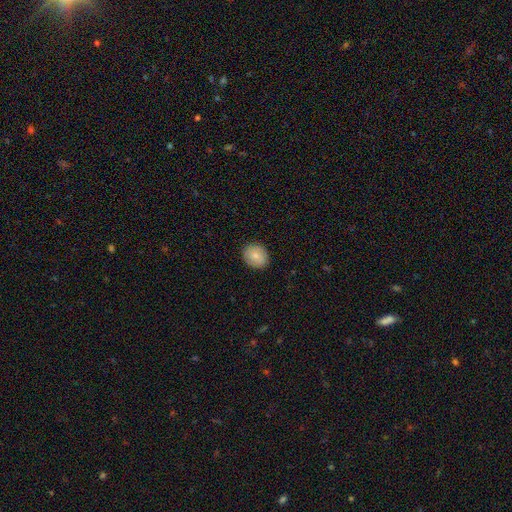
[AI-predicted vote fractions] Q: Smooth or featured?
A: smooth (76%); runner-up: featured or disk (16%)
Q: How rounded?
A: round (73%); runner-up: in between (26%)
Q: Merging?
A: none (88%); runner-up: minor disturbance (9%)